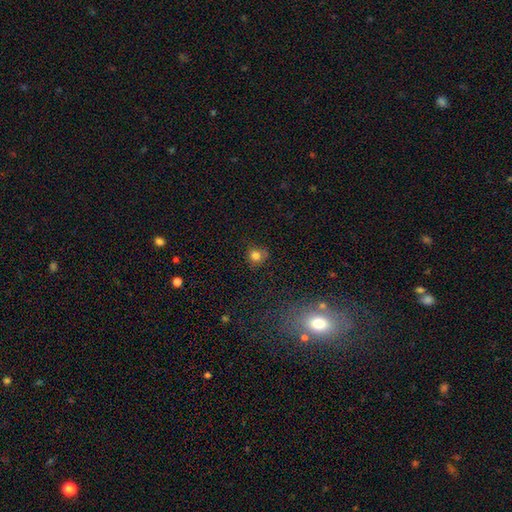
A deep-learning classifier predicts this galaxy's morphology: smooth_or_featured: smooth (p=0.79) [alt: star or artifact p=0.13]
how_rounded: round (p=0.86) [alt: in between p=0.13]
merging: none (p=0.72) [alt: minor disturbance p=0.19]